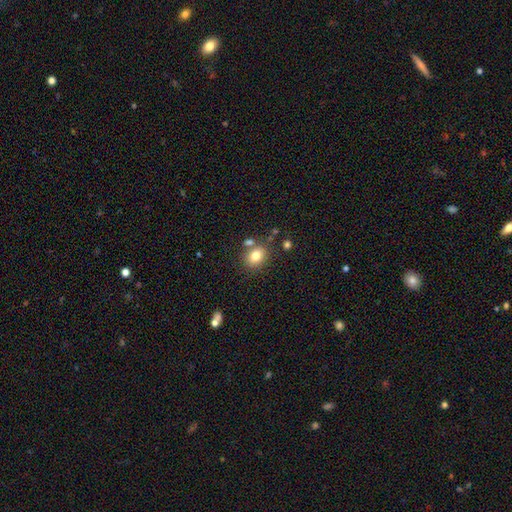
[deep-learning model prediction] Q: Smooth or featured?
A: smooth (79%); runner-up: star or artifact (11%)
Q: How rounded?
A: in between (53%); runner-up: round (46%)
Q: Merging?
A: none (69%); runner-up: merger (15%)